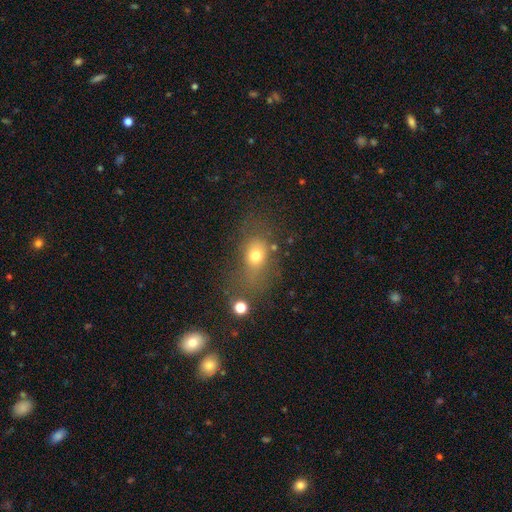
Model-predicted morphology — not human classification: smooth 70%, star or artifact 16%, featured or disk 14%. Down the decision tree: how rounded — in between (59%); merging — none (51%).